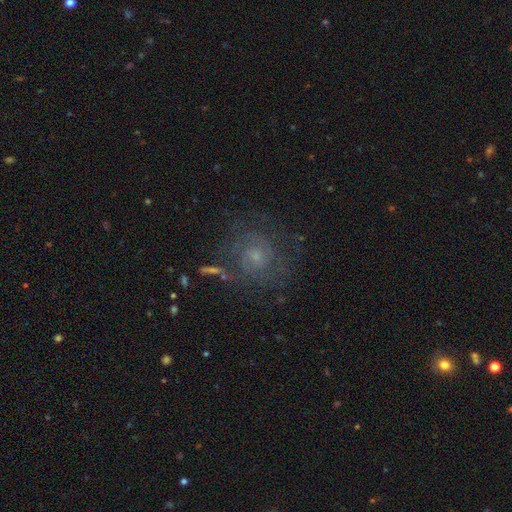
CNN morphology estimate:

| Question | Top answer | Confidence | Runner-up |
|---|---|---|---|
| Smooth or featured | featured or disk | 64% | smooth (21%) |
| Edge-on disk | no | 97% | yes (3%) |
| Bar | no | 72% | weak (24%) |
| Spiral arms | yes | 83% | no (17%) |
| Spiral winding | tight | 56% | medium (33%) |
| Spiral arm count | can't tell | 42% | 2 (35%) |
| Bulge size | small | 61% | moderate (29%) |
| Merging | none | 70% | minor disturbance (15%) |